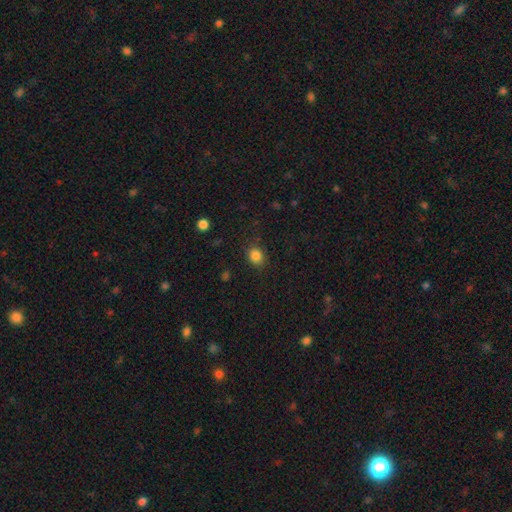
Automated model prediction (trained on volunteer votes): Smooth or featured?
  - smooth: 84% *
  - star or artifact: 11%
  - featured or disk: 5%
How rounded?
  - round: 63% *
  - in between: 36%
  - cigar-shaped: 1%
Merging?
  - none: 85% *
  - minor disturbance: 11%
  - major disturbance: 3%
  - merger: 1%